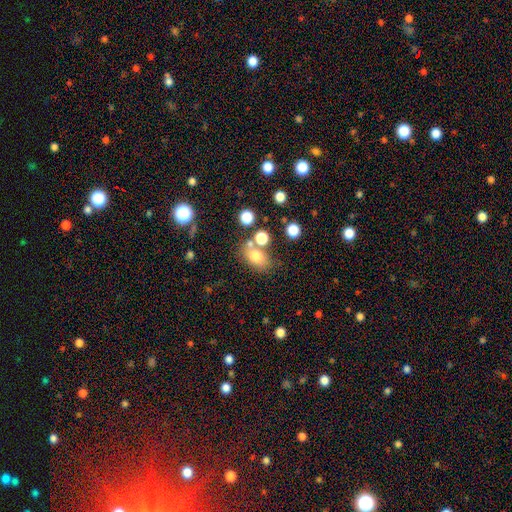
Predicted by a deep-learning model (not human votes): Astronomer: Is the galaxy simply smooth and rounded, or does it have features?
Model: smooth — 74%.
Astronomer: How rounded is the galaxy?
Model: in between — 71%.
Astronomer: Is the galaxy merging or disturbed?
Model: none — 59%.